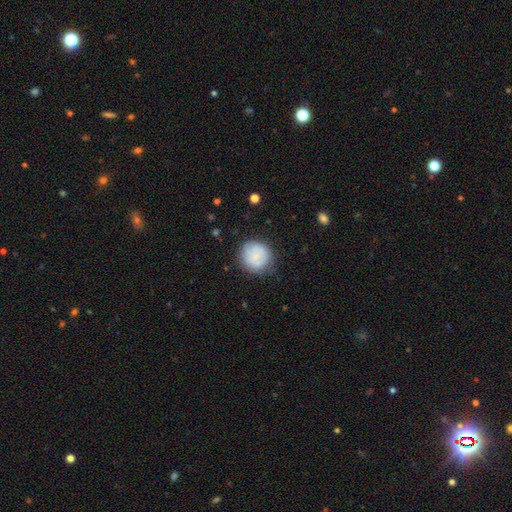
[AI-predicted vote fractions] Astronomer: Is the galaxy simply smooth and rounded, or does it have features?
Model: smooth — 65%.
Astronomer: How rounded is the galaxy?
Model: round — 91%.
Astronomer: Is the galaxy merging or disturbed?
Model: none — 76%.